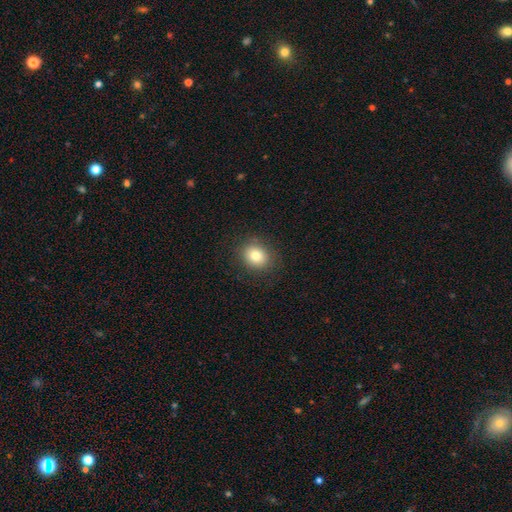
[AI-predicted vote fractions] This is likely a smooth galaxy (80%). How rounded: likely round (64%). Merging: clearly none (86%).